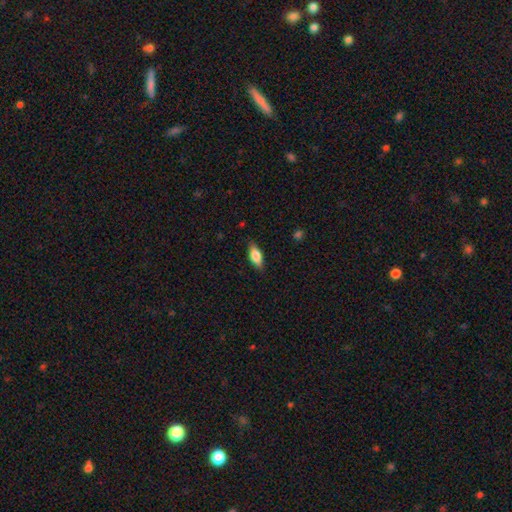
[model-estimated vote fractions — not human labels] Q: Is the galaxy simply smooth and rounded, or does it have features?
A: smooth — 73%.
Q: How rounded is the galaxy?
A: in between — 79%.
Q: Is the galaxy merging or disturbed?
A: none — 84%.